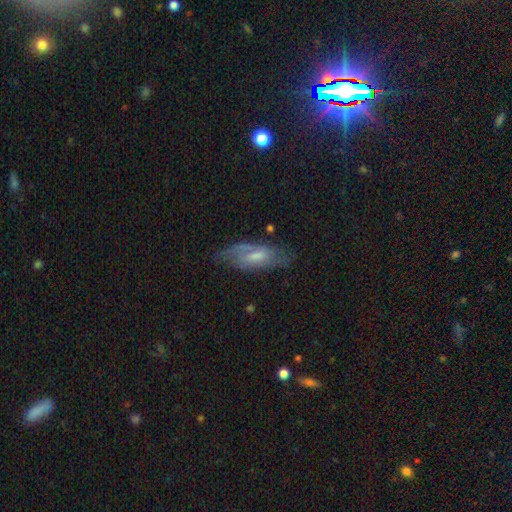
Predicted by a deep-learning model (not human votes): Morphology: type=featured or disk (59%); edge-on=no (80%); merging=none (64%).